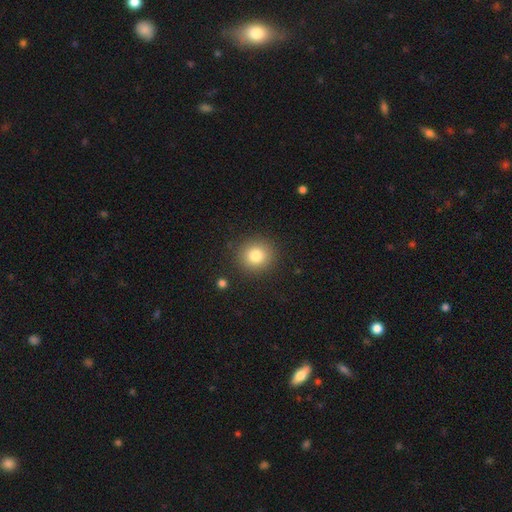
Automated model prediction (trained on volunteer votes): This appears to be a smooth galaxy with no disk features (80%) that is round (88%). Merging: none (88%).